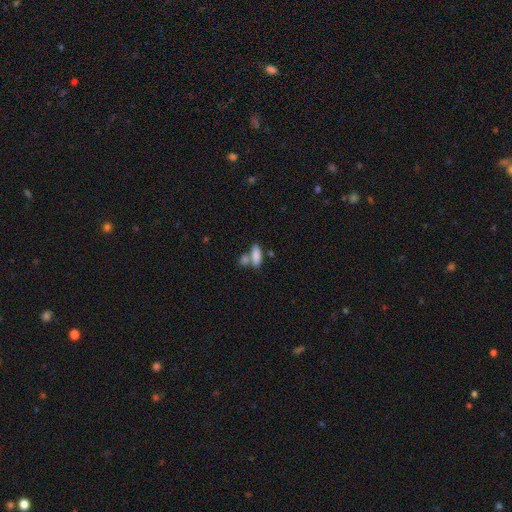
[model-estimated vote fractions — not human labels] Overall: smooth (84%). How rounded: in between (77%). Merging: none (45%; merger 41%).